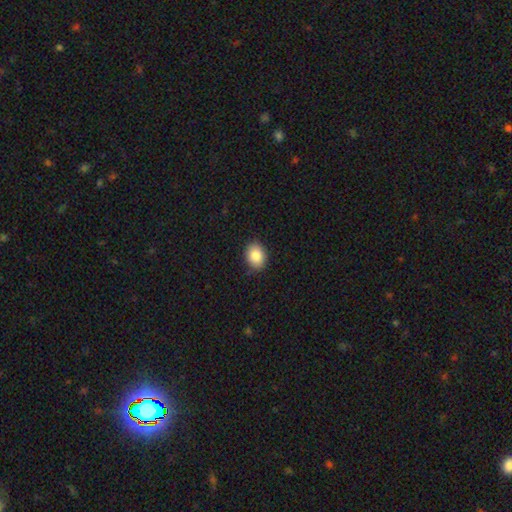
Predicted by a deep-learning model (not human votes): smooth-or-featured: smooth: 86% | star or artifact: 8% | featured or disk: 6%
  how-rounded: in between: 63% | round: 36% | cigar-shaped: 1%
  merging: none: 87% | minor disturbance: 10% | major disturbance: 2% | merger: 1%